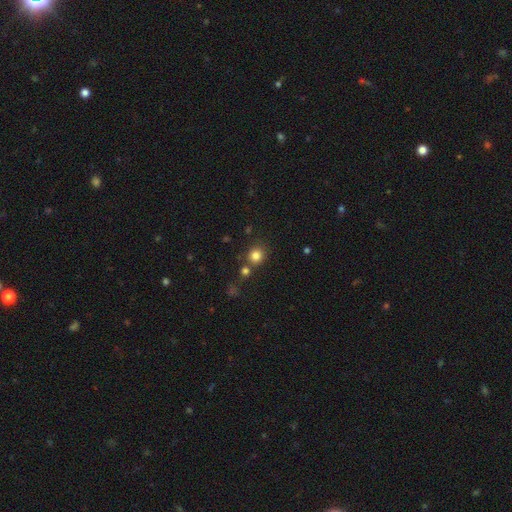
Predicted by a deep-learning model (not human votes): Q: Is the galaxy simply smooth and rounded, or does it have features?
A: smooth — 82%.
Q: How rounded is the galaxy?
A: round — 86%.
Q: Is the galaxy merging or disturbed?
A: none — 72%.